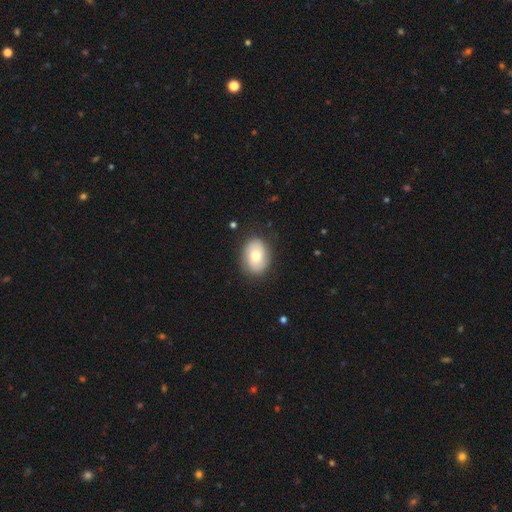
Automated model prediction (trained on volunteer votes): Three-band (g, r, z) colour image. It shows a smooth galaxy with no disk features (68%) that is in between round and cigar-shaped (71%). Merging: none (82%).